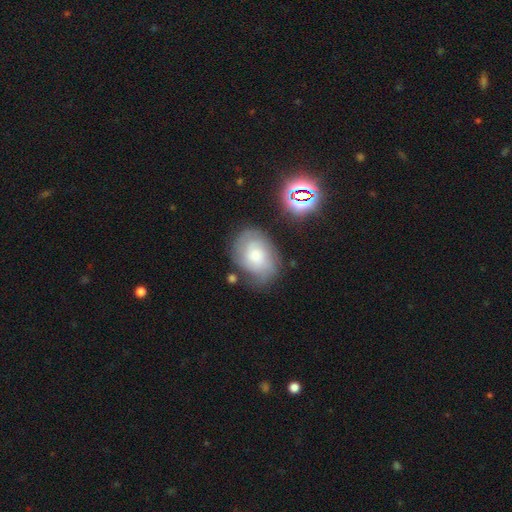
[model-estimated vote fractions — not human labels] Smooth or featured? featured or disk (55%)
Edge-on disk? no (96%)
Bar? no (76%)
Spiral arms? yes (85%)
Bulge size? small (46%)
Merging? none (66%)